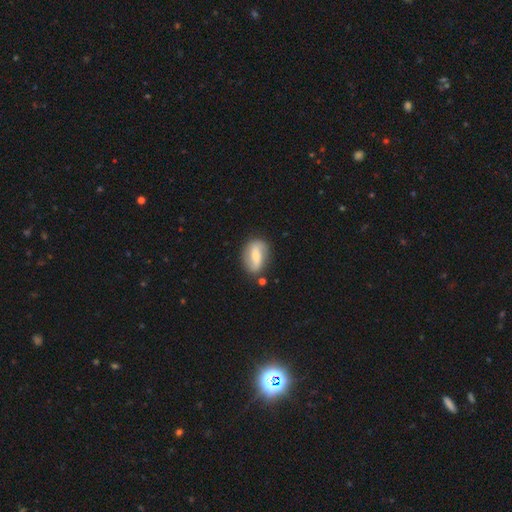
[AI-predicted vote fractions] This appears to be a featured or disk galaxy (62%) with a weak bar (36%), spiral arms (80%) and a moderate central bulge (54%). Merging: none (79%).